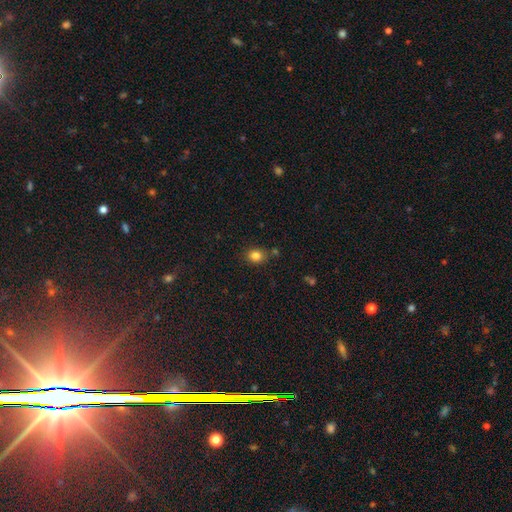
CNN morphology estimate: Smooth or featured: smooth — 83% (star or artifact — 11%)
How rounded: round — 54% (in between — 45%)
Merging: none — 78% (minor disturbance — 12%)